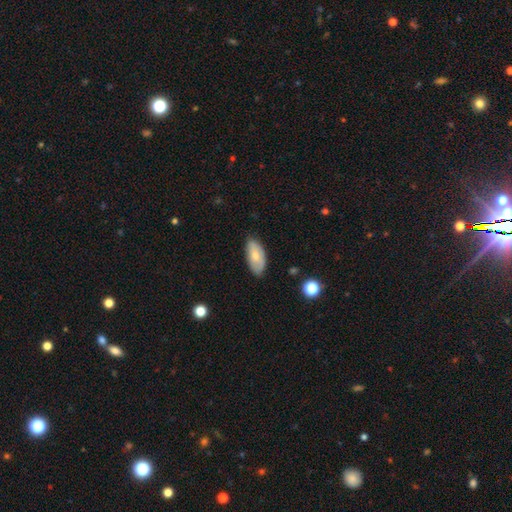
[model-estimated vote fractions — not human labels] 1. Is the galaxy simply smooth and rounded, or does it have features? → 73% smooth, 21% featured or disk, 6% star or artifact.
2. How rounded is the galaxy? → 93% in between, 5% cigar-shaped, 3% round.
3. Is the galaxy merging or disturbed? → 76% none, 20% minor disturbance, 3% major disturbance, 1% merger.